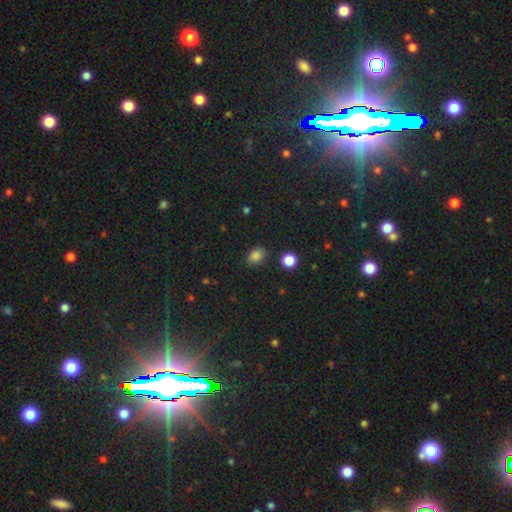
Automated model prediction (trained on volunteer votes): Smooth or featured? smooth (82%)
How rounded? in between (65%)
Merging? none (79%)